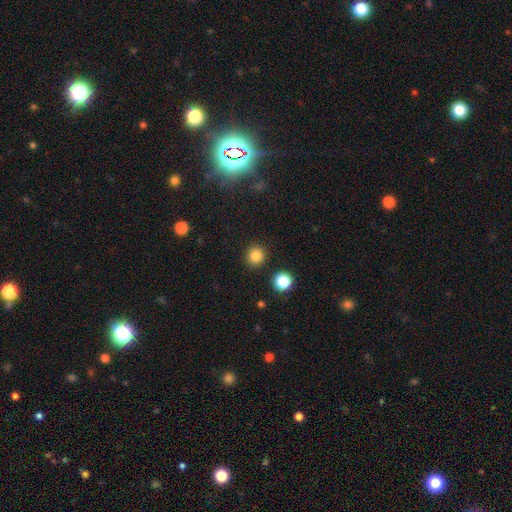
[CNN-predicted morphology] Smooth or featured?
  - smooth: 83% *
  - star or artifact: 13%
  - featured or disk: 4%
How rounded?
  - round: 90% *
  - in between: 9%
  - cigar-shaped: 1%
Merging?
  - none: 90% *
  - minor disturbance: 6%
  - merger: 2%
  - major disturbance: 2%